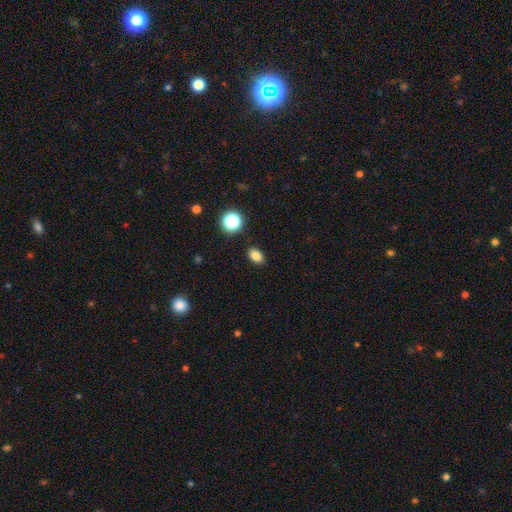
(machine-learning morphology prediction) A smooth galaxy with no disk features (83%) that is in between round and cigar-shaped (83%).

Vote fractions:
- Smooth or featured? smooth: 83% / star or artifact: 13% / featured or disk: 5%
- How rounded? in between: 83% / round: 16% / cigar-shaped: 2%
- Merging? none: 88% / minor disturbance: 8% / major disturbance: 2% / merger: 2%